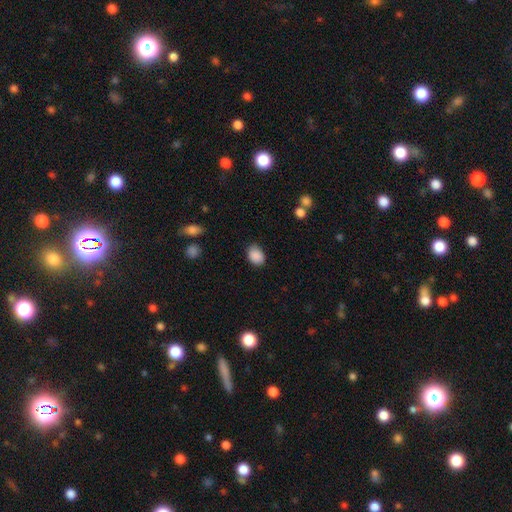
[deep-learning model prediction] This is clearly a smooth galaxy (89%). How rounded: likely in between (70%). Merging: likely none (79%).